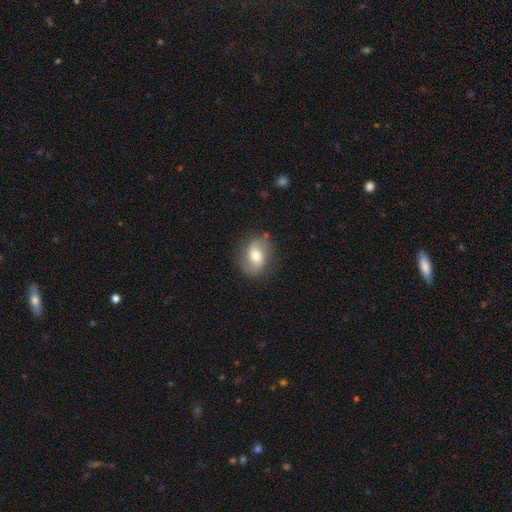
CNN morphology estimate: smooth_or_featured: smooth (p=0.53) [alt: featured or disk p=0.39]
how_rounded: in between (p=0.66) [alt: round p=0.33]
merging: none (p=0.78) [alt: minor disturbance p=0.16]